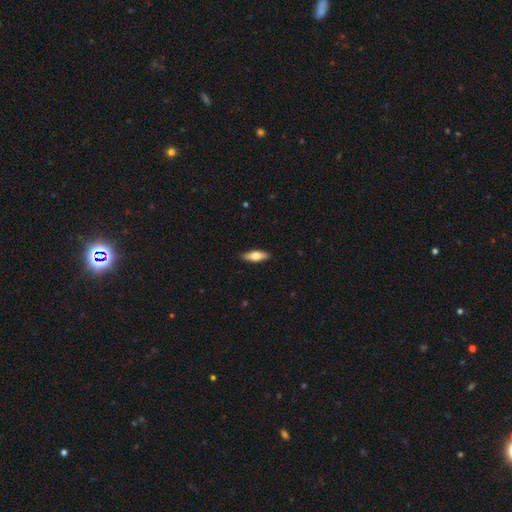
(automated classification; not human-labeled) Overall: smooth (70%). How rounded: in between (63%; cigar-shaped 35%). Merging: none (89%).